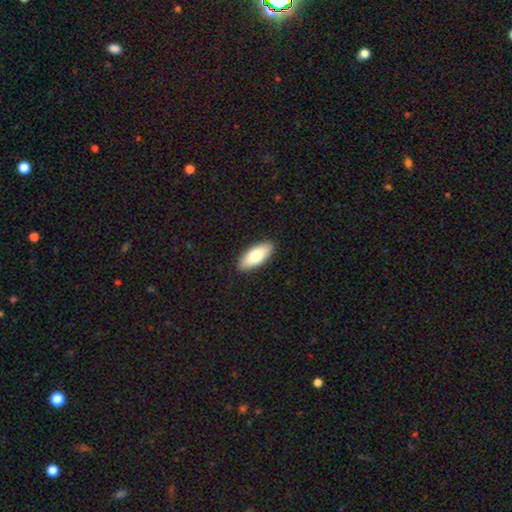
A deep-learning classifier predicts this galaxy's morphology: Smooth or featured? Predicted: smooth (p=0.77). How rounded? Predicted: in between (p=0.85). Merging? Predicted: none (p=0.90).